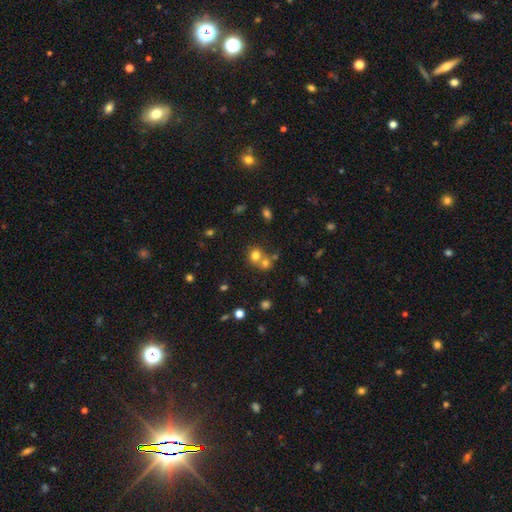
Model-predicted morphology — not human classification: Q: Smooth or featured?
A: smooth (72%); runner-up: star or artifact (16%)
Q: How rounded?
A: round (80%); runner-up: in between (19%)
Q: Merging?
A: merger (48%); runner-up: none (43%)